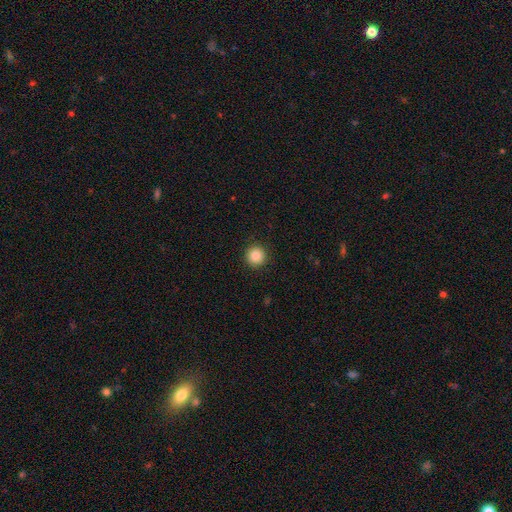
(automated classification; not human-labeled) smooth-or-featured: smooth: 86% | star or artifact: 10% | featured or disk: 4%
  how-rounded: round: 95% | in between: 4% | cigar-shaped: 1%
  merging: none: 92% | minor disturbance: 5% | major disturbance: 2% | merger: 1%